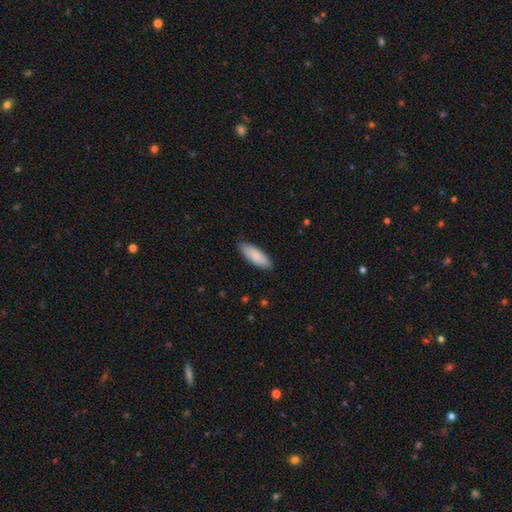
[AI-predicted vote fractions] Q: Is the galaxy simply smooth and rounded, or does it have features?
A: smooth — 86%.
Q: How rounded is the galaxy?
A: in between — 62%.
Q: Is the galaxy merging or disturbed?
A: none — 87%.